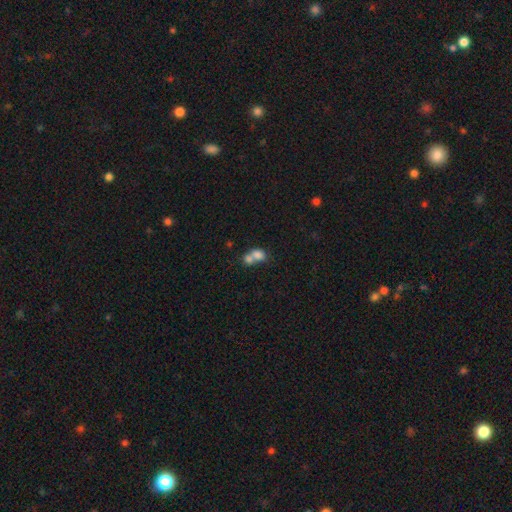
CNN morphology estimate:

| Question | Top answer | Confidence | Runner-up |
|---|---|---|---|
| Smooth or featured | smooth | 74% | featured or disk (16%) |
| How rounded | in between | 56% | round (43%) |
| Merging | merger | 71% | none (19%) |